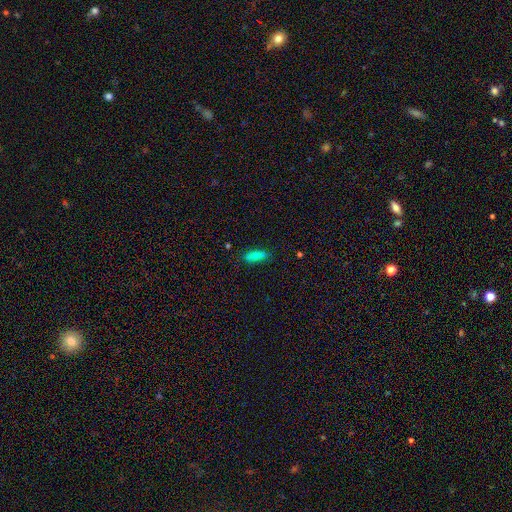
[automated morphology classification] smooth 83%, featured or disk 9%, star or artifact 9%. Down the decision tree: how rounded — in between (64%); merging — none (81%).